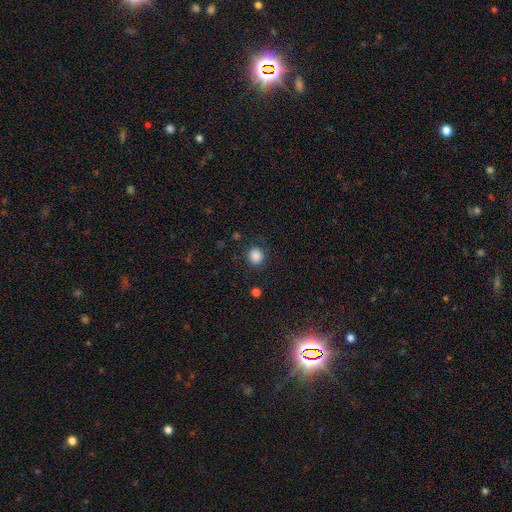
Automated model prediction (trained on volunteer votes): A smooth galaxy with no disk features (86%) that is round (87%).

Vote fractions:
- Smooth or featured? smooth: 86% / star or artifact: 10% / featured or disk: 3%
- How rounded? round: 87% / in between: 12% / cigar-shaped: 1%
- Merging? none: 85% / minor disturbance: 9% / major disturbance: 4% / merger: 1%